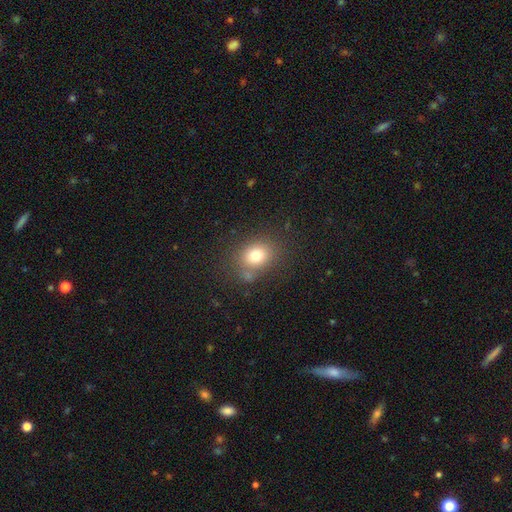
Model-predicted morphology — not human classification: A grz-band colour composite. It shows a smooth galaxy with no disk features (75%) that is round (58%). Merging: none (74%).